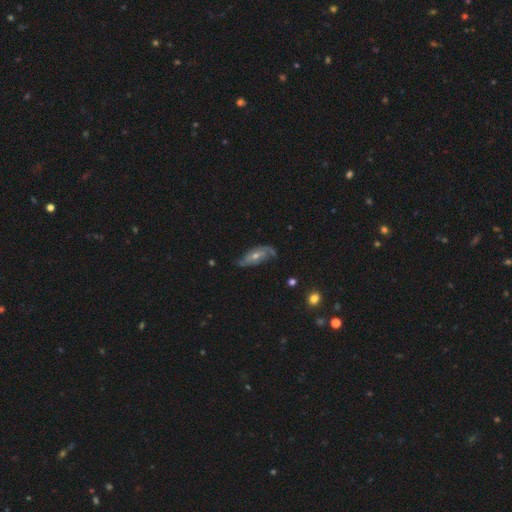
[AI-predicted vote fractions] Smooth or featured? Predicted: featured or disk (p=0.69). Edge-on disk? Predicted: no (p=0.81). Bar? Predicted: no (p=0.68). Spiral arms? Predicted: yes (p=0.85). Bulge size? Predicted: small (p=0.49). Merging? Predicted: none (p=0.68).